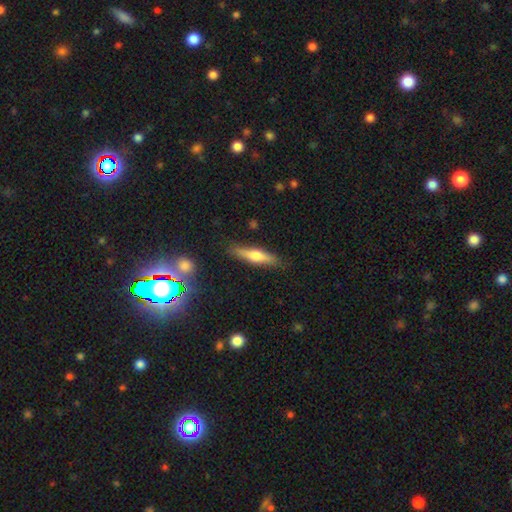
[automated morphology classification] This appears to be a smooth galaxy with no disk features (49%). Merging: none (85%).